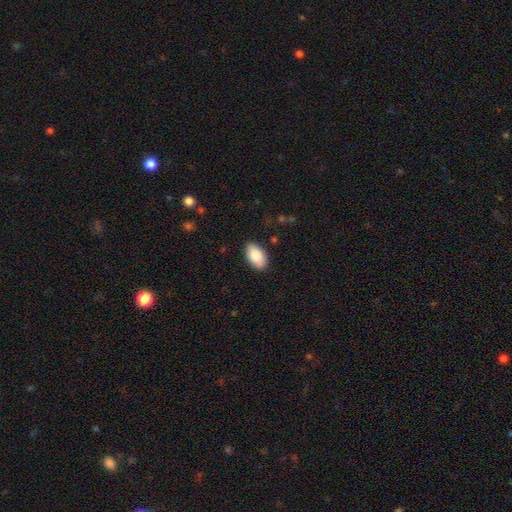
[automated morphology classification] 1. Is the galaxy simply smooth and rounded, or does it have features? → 87% smooth, 7% featured or disk, 6% star or artifact.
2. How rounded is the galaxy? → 95% in between, 3% round, 2% cigar-shaped.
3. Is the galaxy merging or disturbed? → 86% none, 10% minor disturbance, 2% major disturbance, 1% merger.